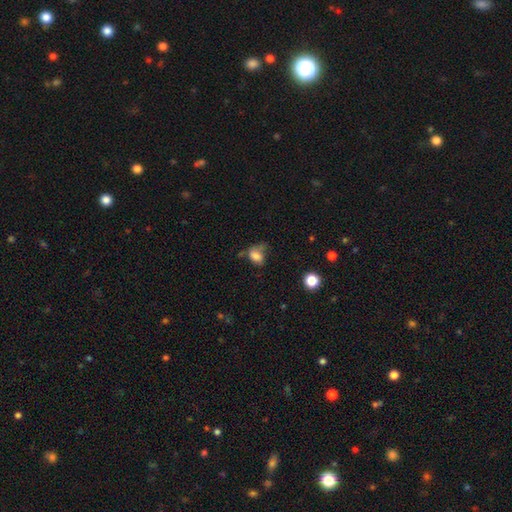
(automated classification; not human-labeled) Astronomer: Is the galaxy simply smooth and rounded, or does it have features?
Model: smooth — 76%.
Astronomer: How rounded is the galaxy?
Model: in between — 72%.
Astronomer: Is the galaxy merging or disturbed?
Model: none — 36% (runner-up: minor disturbance, 33%).